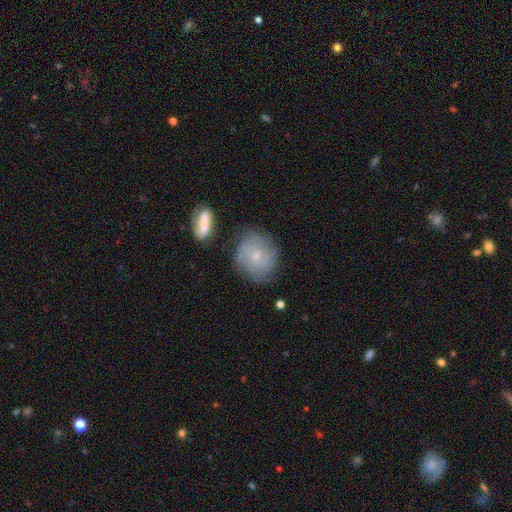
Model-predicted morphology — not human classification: This is possibly a featured or disk galaxy (55%). It is clearly not viewed edge-on (97%). Bar: likely no (80%). Spiral arm pattern: likely yes (80%). Central bulge: likely small (79%). Merging: likely none (70%).